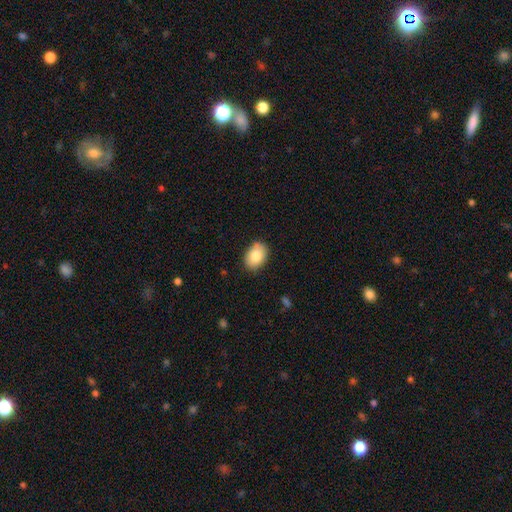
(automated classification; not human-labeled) smooth_or_featured: smooth (p=0.84) [alt: featured or disk p=0.09]
how_rounded: in between (p=0.76) [alt: round p=0.23]
merging: none (p=0.81) [alt: minor disturbance p=0.15]